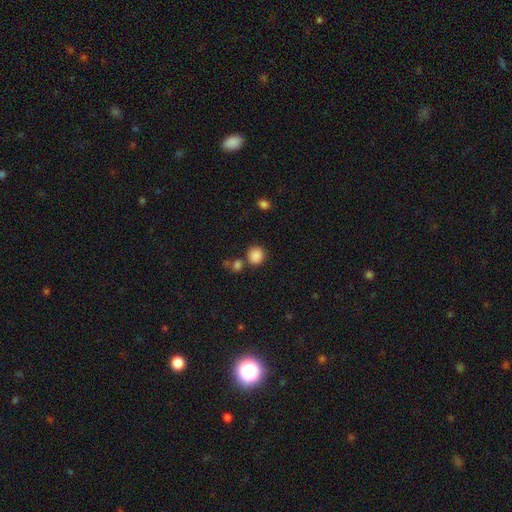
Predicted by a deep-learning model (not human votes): The model was most divided on "merging": none: 71%, merger: 14%, minor disturbance: 11%, major disturbance: 4%. More confident: smooth or featured — smooth (87%); how rounded — round (83%).